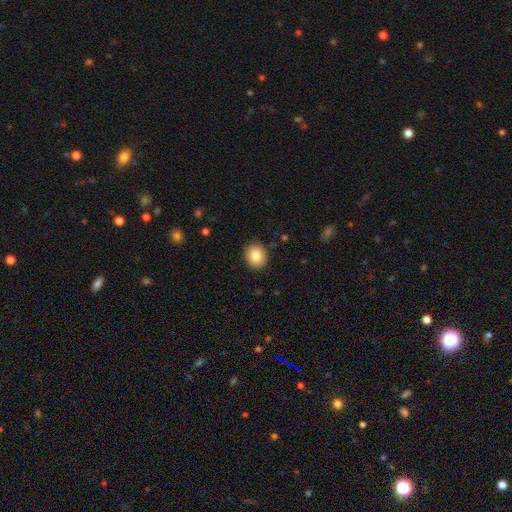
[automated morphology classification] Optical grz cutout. It shows a smooth galaxy with no disk features (84%) that is round (70%). Merging: none (90%).